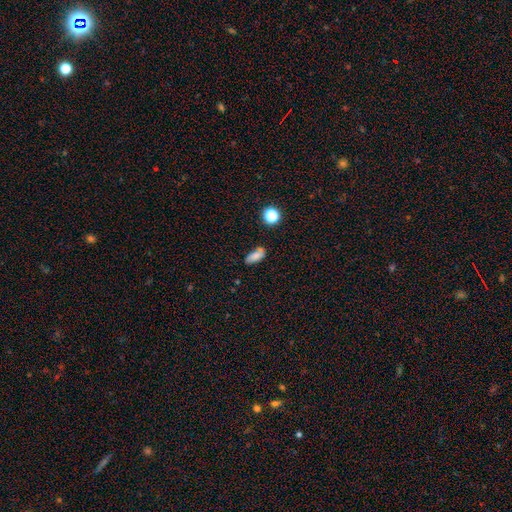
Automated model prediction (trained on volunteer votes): Morphology: type=smooth (77%); roundness=in between (79%); merging=none (65%).